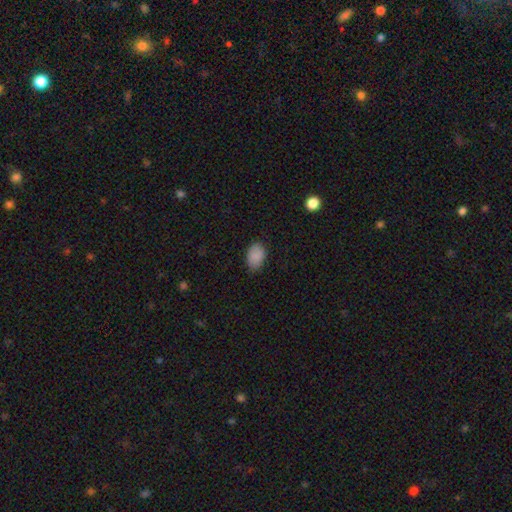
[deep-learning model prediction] Morphology: type=smooth (88%); roundness=in between (87%); merging=none (78%).